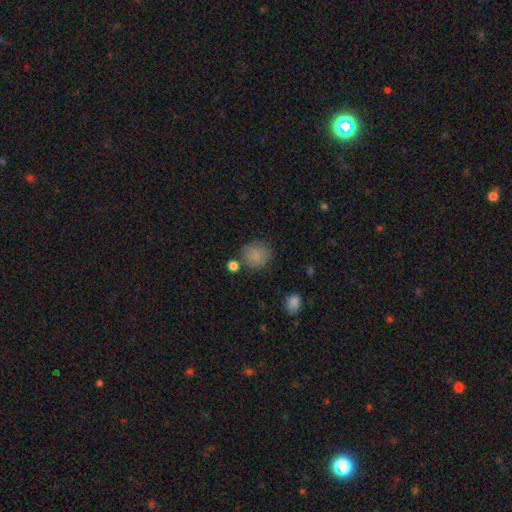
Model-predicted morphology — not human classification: Smooth or featured? smooth (83%)
How rounded? round (87%)
Merging? none (75%)